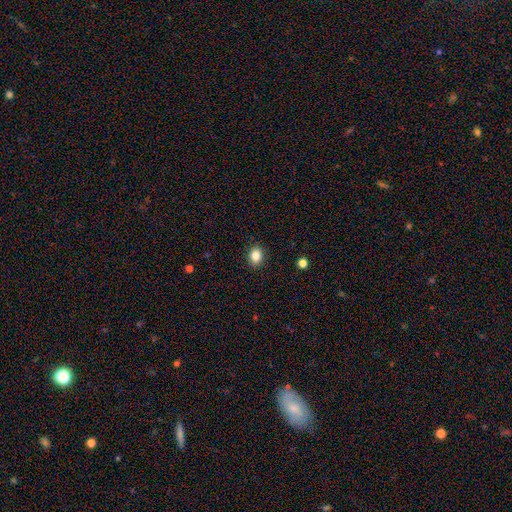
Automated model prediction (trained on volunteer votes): Morphology: type=smooth (84%); roundness=in between (51%); merging=none (89%).